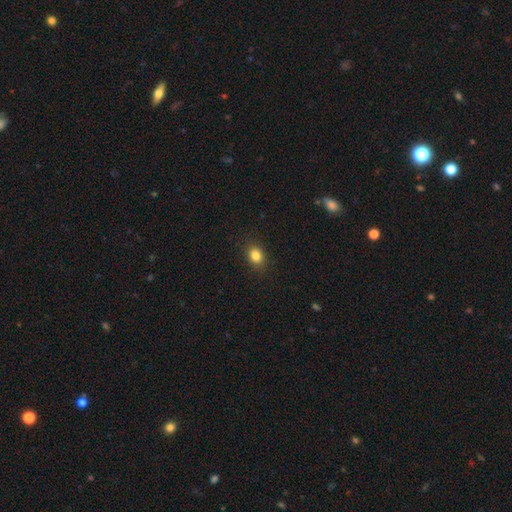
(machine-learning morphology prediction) This is clearly a smooth galaxy (84%). How rounded: possibly in between (58%). Merging: clearly none (89%).